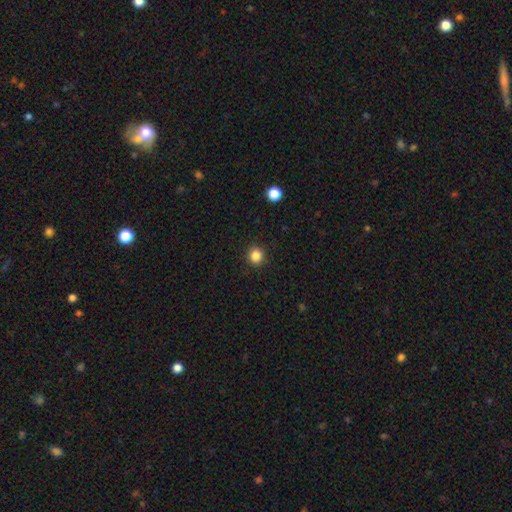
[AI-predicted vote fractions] Smooth or featured? Predicted: smooth (p=0.85). How rounded? Predicted: round (p=0.89). Merging? Predicted: none (p=0.91).